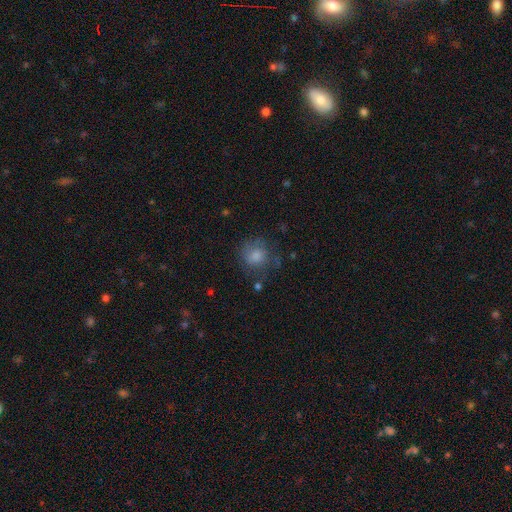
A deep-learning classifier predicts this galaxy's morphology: Q: Smooth or featured?
A: smooth (73%); runner-up: featured or disk (17%)
Q: How rounded?
A: round (84%); runner-up: in between (15%)
Q: Merging?
A: none (60%); runner-up: minor disturbance (22%)